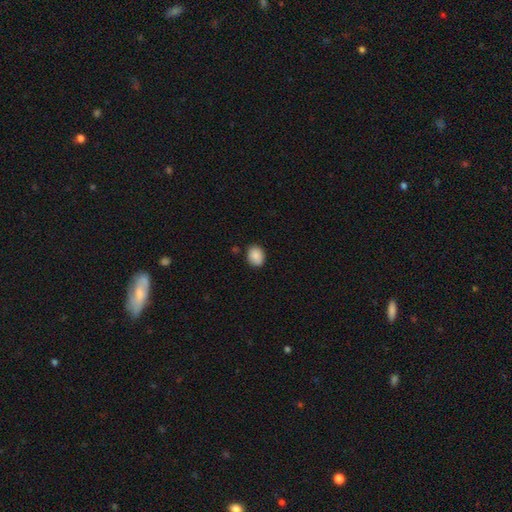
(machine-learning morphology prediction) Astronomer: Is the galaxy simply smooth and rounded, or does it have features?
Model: smooth — 88%.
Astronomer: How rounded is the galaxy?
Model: in between — 50% (runner-up: round, 49%).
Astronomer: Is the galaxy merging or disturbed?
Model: none — 82%.